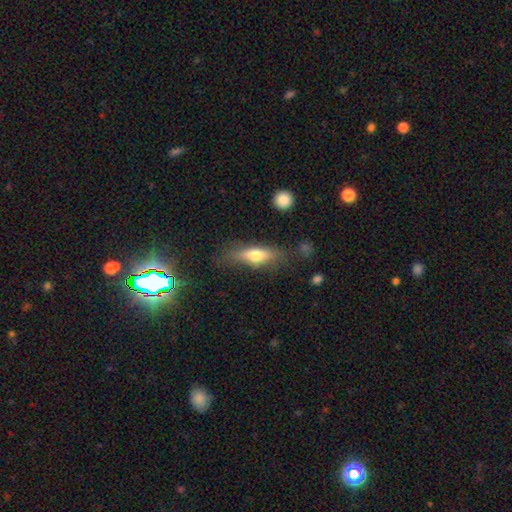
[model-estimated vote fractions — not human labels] Smooth or featured?
  - smooth: 58% *
  - featured or disk: 35%
  - star or artifact: 8%
How rounded?
  - cigar-shaped: 56% *
  - in between: 41%
  - round: 3%
Merging?
  - none: 70% *
  - minor disturbance: 19%
  - major disturbance: 8%
  - merger: 3%